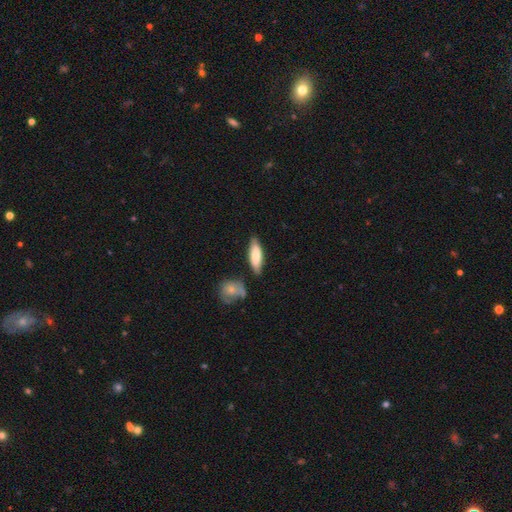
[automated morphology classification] The model was most divided on "how rounded": in between: 53%, cigar-shaped: 45%, round: 2%. More confident: merging — none (77%); smooth or featured — smooth (74%).